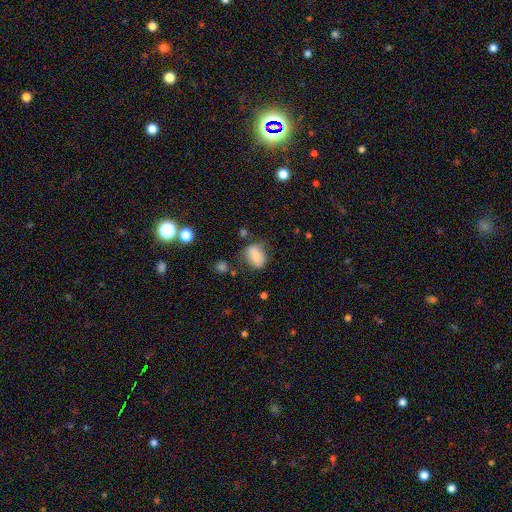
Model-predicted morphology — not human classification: Smooth or featured: smooth — 77% (featured or disk — 14%)
How rounded: in between — 73% (round — 26%)
Merging: none — 64% (minor disturbance — 24%)